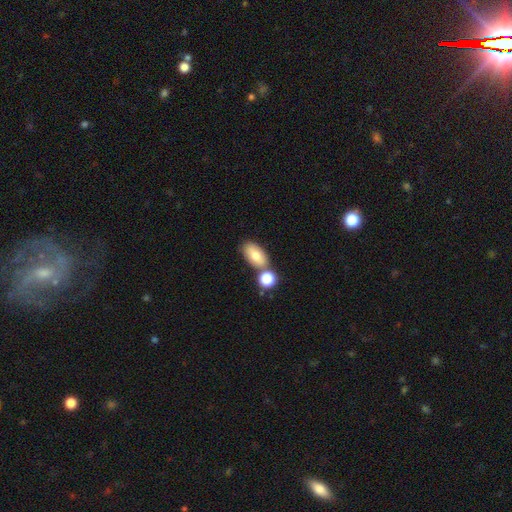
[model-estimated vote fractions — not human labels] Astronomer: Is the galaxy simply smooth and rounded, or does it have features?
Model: smooth — 77%.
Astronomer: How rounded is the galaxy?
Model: in between — 90%.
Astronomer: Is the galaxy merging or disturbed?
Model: none — 58%.